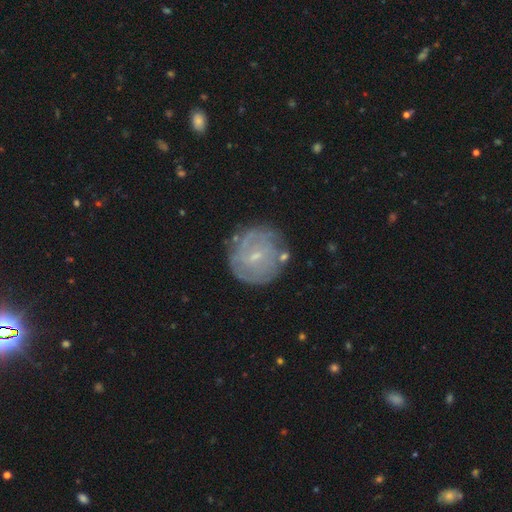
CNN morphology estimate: A featured or disk galaxy (66%) with a weak bar (52%), spiral arms (73%) and a small central bulge (78%).

Vote fractions:
- Smooth or featured? featured or disk: 66% / smooth: 26% / star or artifact: 8%
- Edge-on disk? no: 97% / yes: 3%
- Bar? weak: 52% / no: 37% / strong: 12%
- Spiral arms? yes: 73% / no: 27%
- Bulge size? small: 78% / moderate: 16% / none: 4% / large: 1% / dominant: 1%
- Merging? none: 75% / minor disturbance: 16% / major disturbance: 6% / merger: 3%